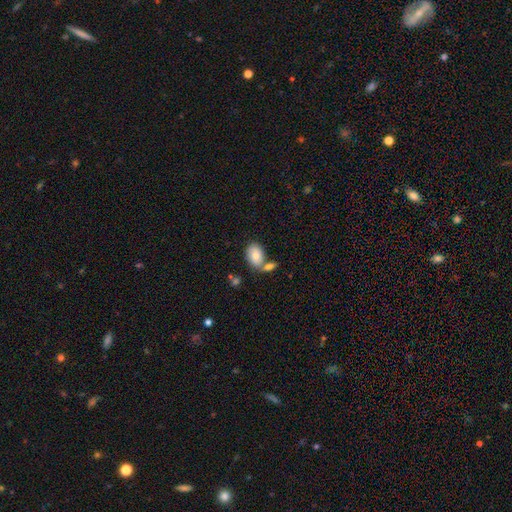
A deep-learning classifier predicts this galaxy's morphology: A smooth galaxy with no disk features (78%) that is in between round and cigar-shaped (84%). Merging: none (50%).